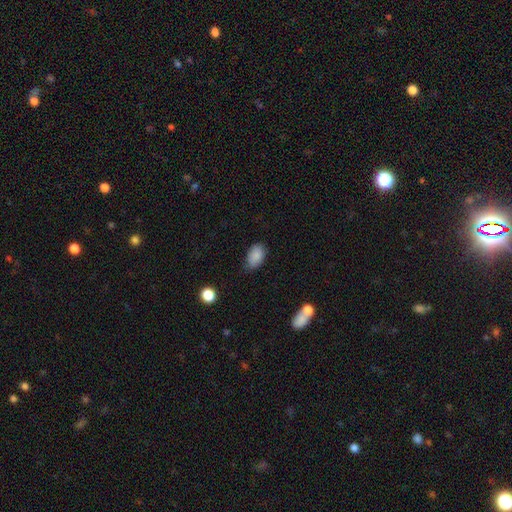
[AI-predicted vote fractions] This appears to be a smooth galaxy with no disk features (86%) that is in between round and cigar-shaped (89%). Merging: none (70%).